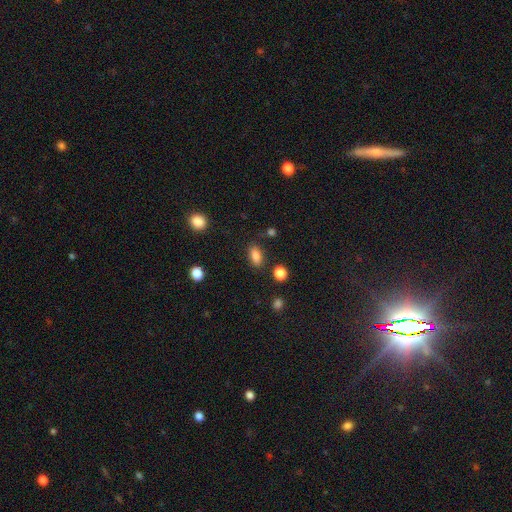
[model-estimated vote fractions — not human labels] A smooth galaxy with no disk features (85%) that is in between round and cigar-shaped (87%).

Vote fractions:
- Smooth or featured? smooth: 85% / star or artifact: 9% / featured or disk: 5%
- How rounded? in between: 87% / round: 8% / cigar-shaped: 5%
- Merging? none: 82% / minor disturbance: 12% / major disturbance: 4% / merger: 3%